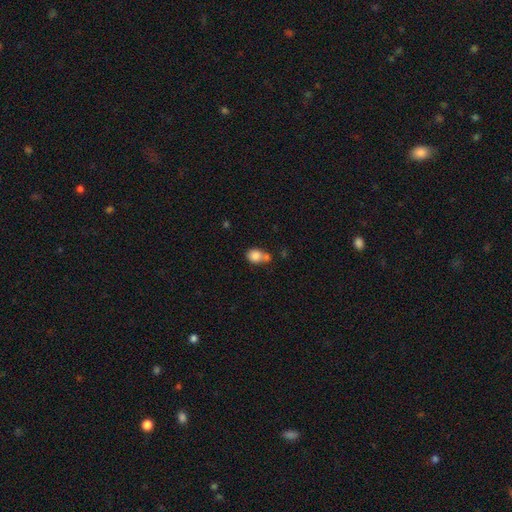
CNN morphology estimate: A smooth galaxy with no disk features (81%) that is round (56%). Merging: merger (39%).